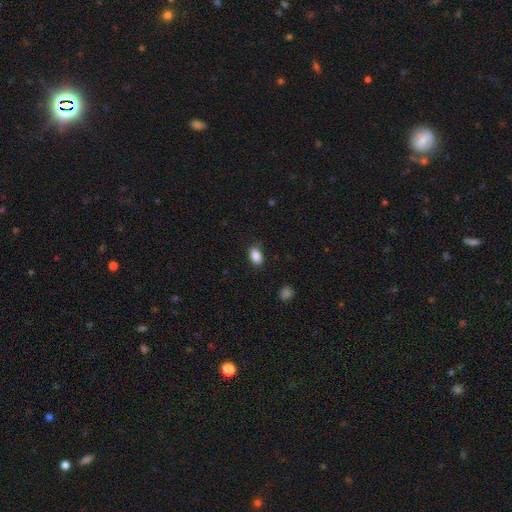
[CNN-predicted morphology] This is clearly a smooth galaxy (88%). How rounded: clearly in between (87%). Merging: clearly none (83%).